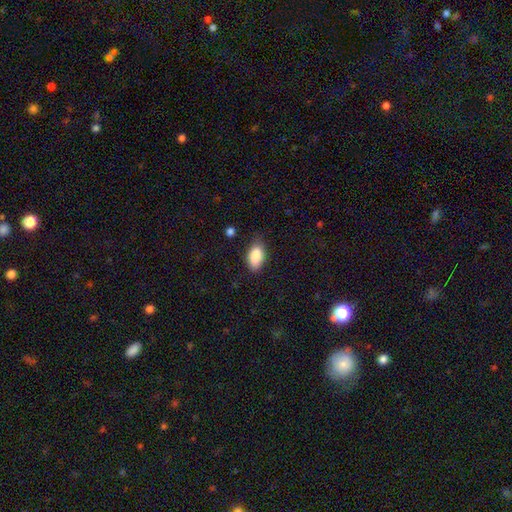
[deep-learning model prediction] smooth_or_featured: smooth (p=0.87) [alt: star or artifact p=0.07]
how_rounded: in between (p=0.92) [alt: round p=0.04]
merging: none (p=0.75) [alt: minor disturbance p=0.20]